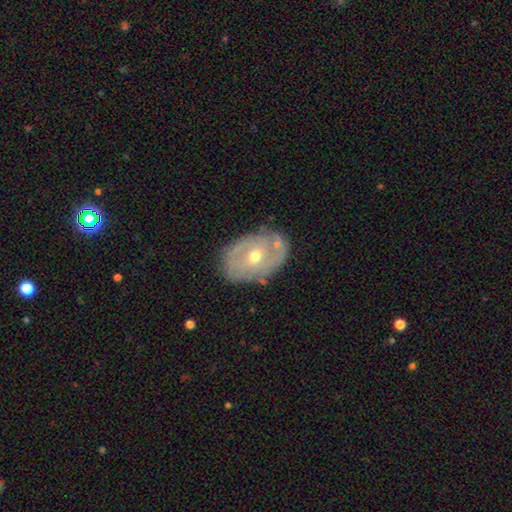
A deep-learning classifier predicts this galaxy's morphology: featured or disk 68%, smooth 25%, star or artifact 6%. Down the decision tree: edge-on disk — no (94%); bar — no (55%); spiral arms — yes (60%); bulge size — moderate (60%); merging — none (73%).